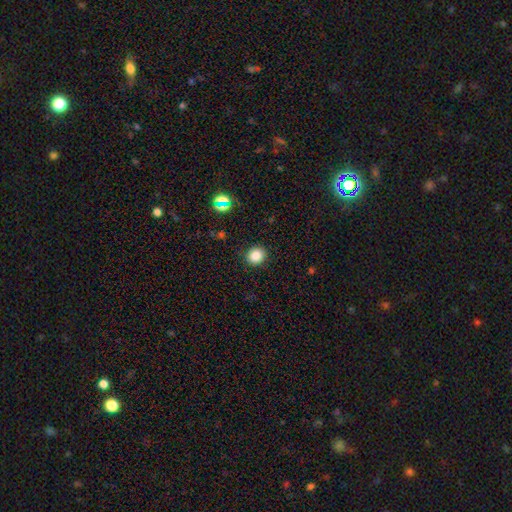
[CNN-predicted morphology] Q: Smooth or featured?
A: smooth (83%); runner-up: star or artifact (13%)
Q: How rounded?
A: round (82%); runner-up: in between (17%)
Q: Merging?
A: none (90%); runner-up: minor disturbance (7%)